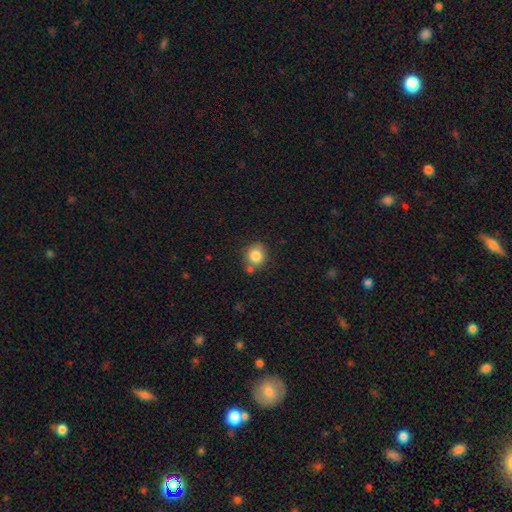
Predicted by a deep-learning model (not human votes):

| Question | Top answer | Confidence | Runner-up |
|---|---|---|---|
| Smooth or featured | smooth | 83% | star or artifact (10%) |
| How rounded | round | 83% | in between (16%) |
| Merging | none | 72% | minor disturbance (13%) |